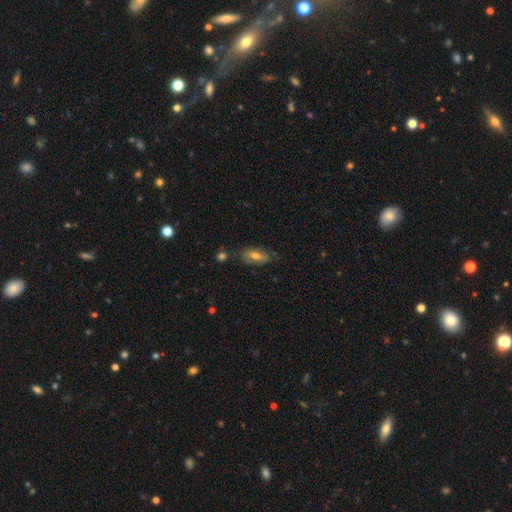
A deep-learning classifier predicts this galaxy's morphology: This is likely a smooth galaxy (62%). How rounded: clearly in between (84%). Merging: likely none (71%).